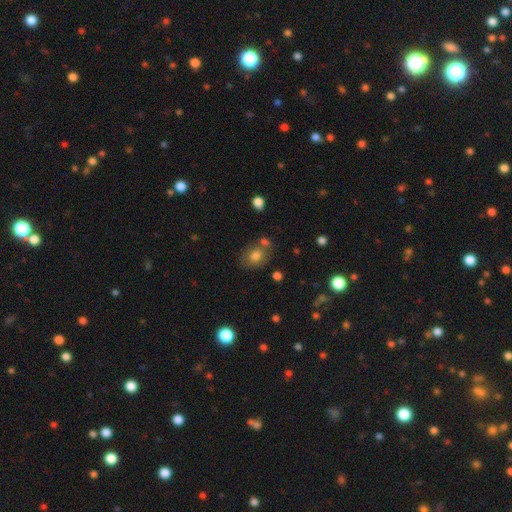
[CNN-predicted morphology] Smooth or featured: smooth — 77% (featured or disk — 12%)
How rounded: in between — 49% (tied with round — 49%)
Merging: none — 66% (minor disturbance — 15%)